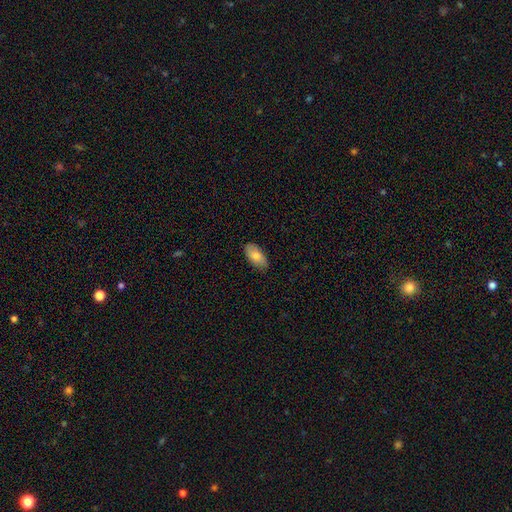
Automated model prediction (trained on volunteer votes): smooth_or_featured: smooth (p=0.78) [alt: featured or disk p=0.16]
how_rounded: in between (p=0.93) [alt: cigar-shaped p=0.04]
merging: none (p=0.85) [alt: minor disturbance p=0.12]